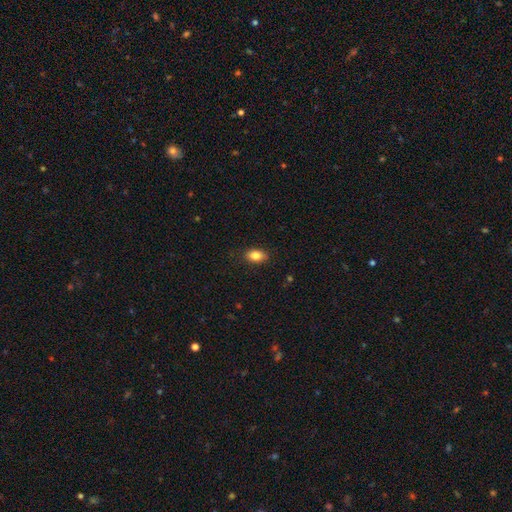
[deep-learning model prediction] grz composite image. It shows a smooth galaxy with no disk features (82%) that is in between round and cigar-shaped (86%). Merging: none (86%).